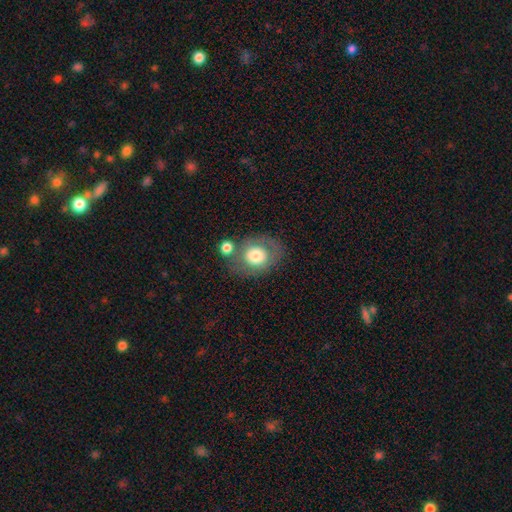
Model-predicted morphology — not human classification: Q: Smooth or featured?
A: smooth (65%); runner-up: featured or disk (26%)
Q: How rounded?
A: round (59%); runner-up: in between (40%)
Q: Merging?
A: none (59%); runner-up: merger (17%)